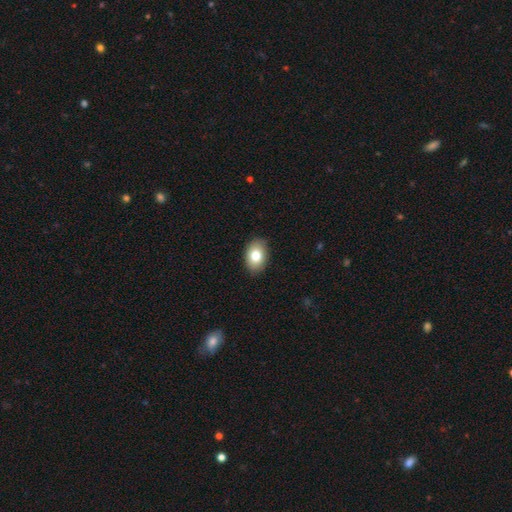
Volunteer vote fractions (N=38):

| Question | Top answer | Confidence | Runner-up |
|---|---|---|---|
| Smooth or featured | smooth | 82% | featured or disk (13%) |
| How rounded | in between | 81% | round (19%) |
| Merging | none | 81% | minor disturbance (19%) |